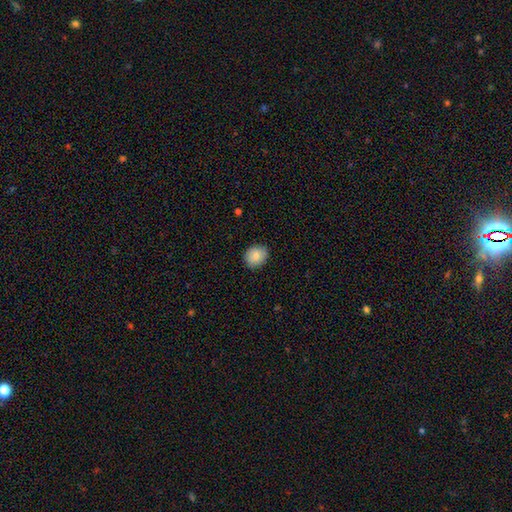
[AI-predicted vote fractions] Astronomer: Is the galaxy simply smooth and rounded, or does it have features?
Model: smooth — 86%.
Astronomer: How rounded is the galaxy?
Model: round — 71%.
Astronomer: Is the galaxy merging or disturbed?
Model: none — 85%.